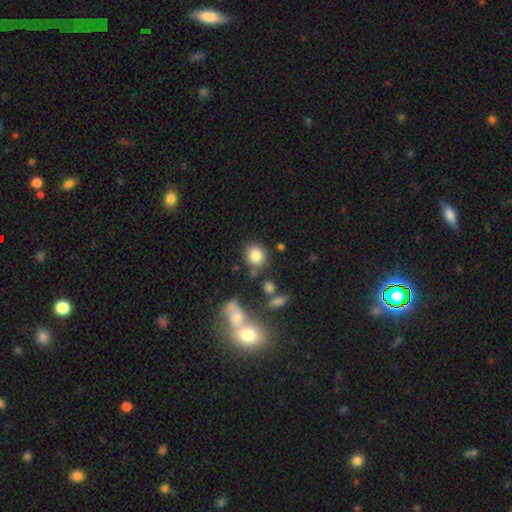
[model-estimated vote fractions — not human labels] Morphology: type=smooth (83%); roundness=round (74%); merging=none (71%).